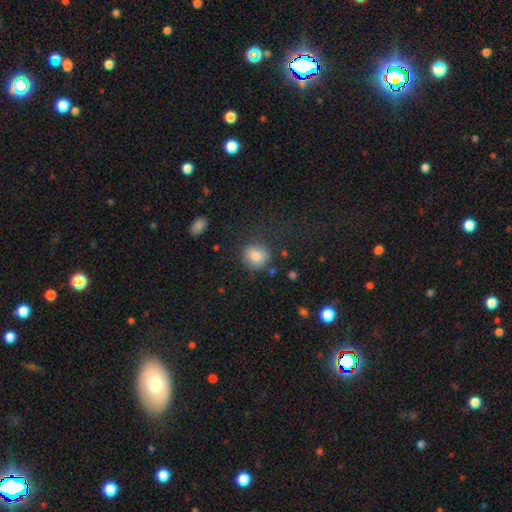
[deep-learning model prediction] The model was most divided on "merging": none: 77%, minor disturbance: 15%, major disturbance: 5%, merger: 3%. More confident: how rounded — round (86%); smooth or featured — smooth (82%).